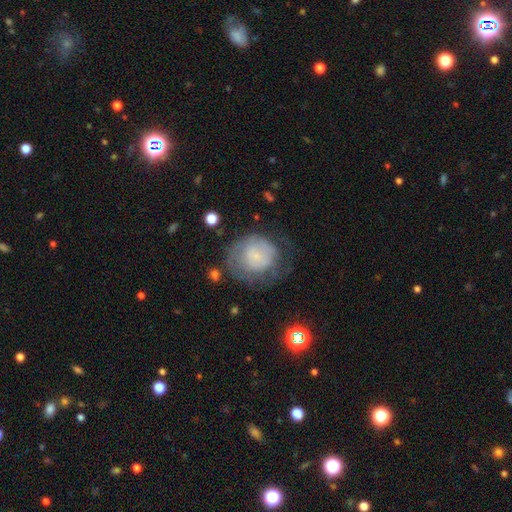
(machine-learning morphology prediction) Smooth or featured? smooth (55%)
How rounded? round (77%)
Merging? none (54%)